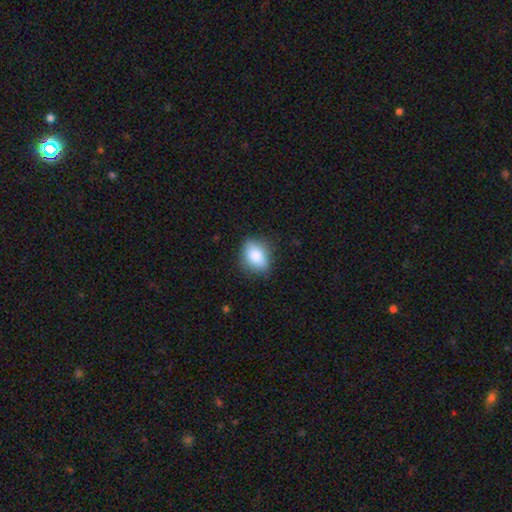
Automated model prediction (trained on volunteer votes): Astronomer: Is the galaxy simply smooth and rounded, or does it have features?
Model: smooth — 83%.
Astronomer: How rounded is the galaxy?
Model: in between — 74%.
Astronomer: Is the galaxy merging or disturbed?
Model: none — 79%.